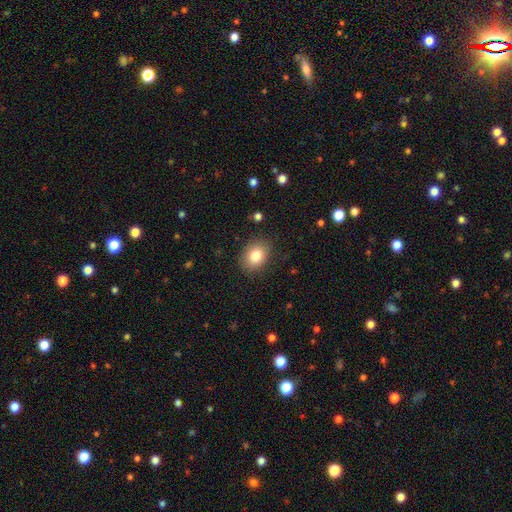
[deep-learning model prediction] This appears to be a smooth galaxy with no disk features (82%) that is in between round and cigar-shaped (60%). Merging: none (85%).